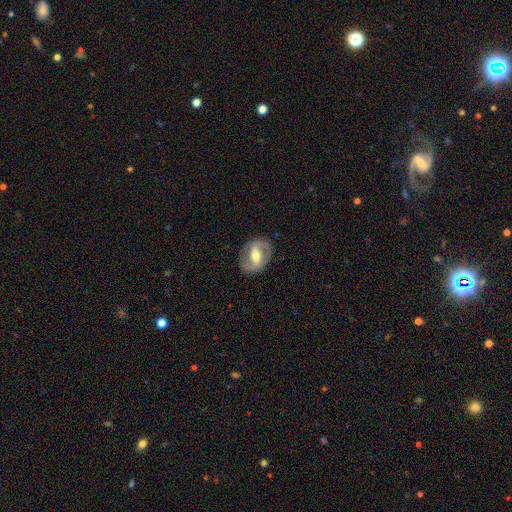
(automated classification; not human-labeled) Smooth or featured: featured or disk — 82% (smooth — 13%)
Edge-on disk: no — 96% (yes — 4%)
Bar: strong — 49% (weak — 36%)
Spiral arms: yes — 84% (no — 16%)
Spiral winding: medium — 50% (tight — 26%)
Spiral arm count: 2 — 90% (can't tell — 5%)
Bulge size: moderate — 69% (small — 20%)
Merging: none — 85% (minor disturbance — 10%)